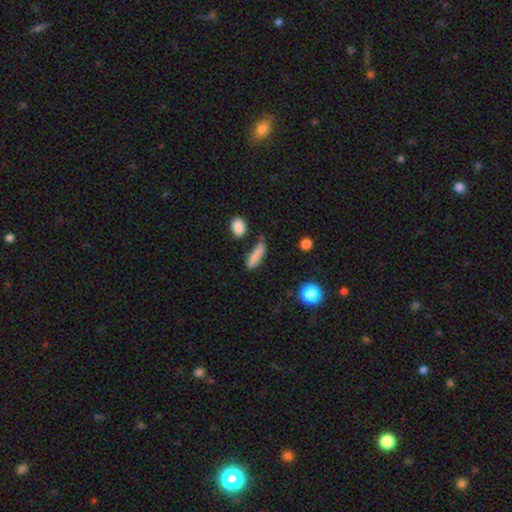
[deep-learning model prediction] Q: Smooth or featured?
A: smooth (82%); runner-up: featured or disk (9%)
Q: How rounded?
A: cigar-shaped (67%); runner-up: in between (30%)
Q: Merging?
A: none (66%); runner-up: minor disturbance (20%)